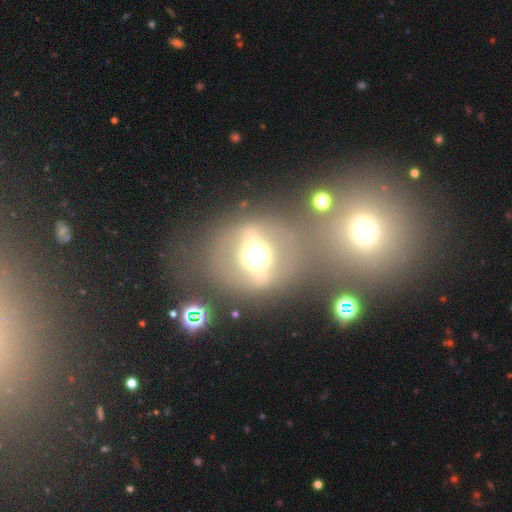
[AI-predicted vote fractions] Smooth or featured?
  - featured or disk: 49% *
  - smooth: 32%
  - star or artifact: 19%
Merging?
  - none: 61% *
  - merger: 14%
  - minor disturbance: 13%
  - major disturbance: 12%